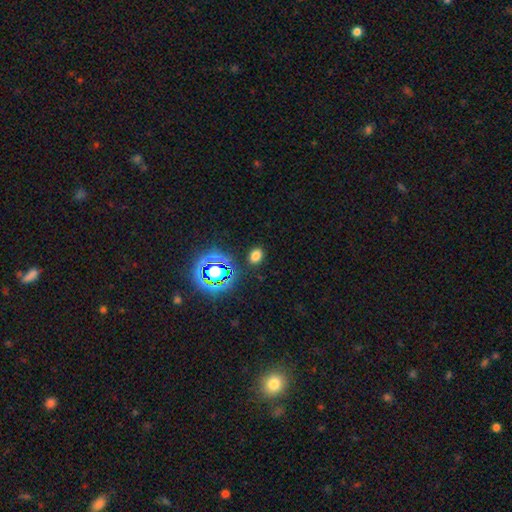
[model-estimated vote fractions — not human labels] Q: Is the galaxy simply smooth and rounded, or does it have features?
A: smooth — 70%.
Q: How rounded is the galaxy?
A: in between — 67%.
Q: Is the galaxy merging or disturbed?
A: none — 87%.